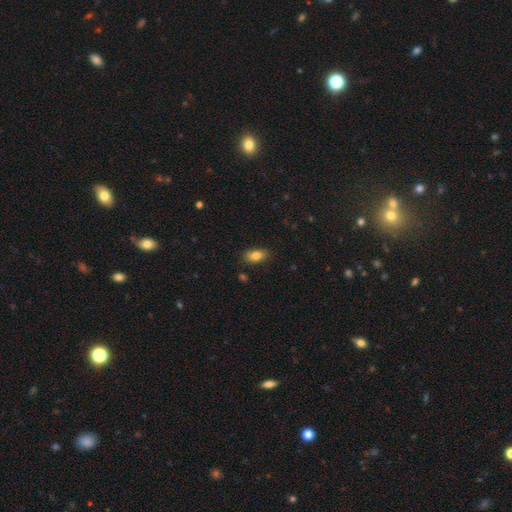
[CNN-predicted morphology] smooth_or_featured: smooth (p=0.82) [alt: featured or disk p=0.09]
how_rounded: in between (p=0.89) [alt: round p=0.07]
merging: none (p=0.85) [alt: minor disturbance p=0.12]